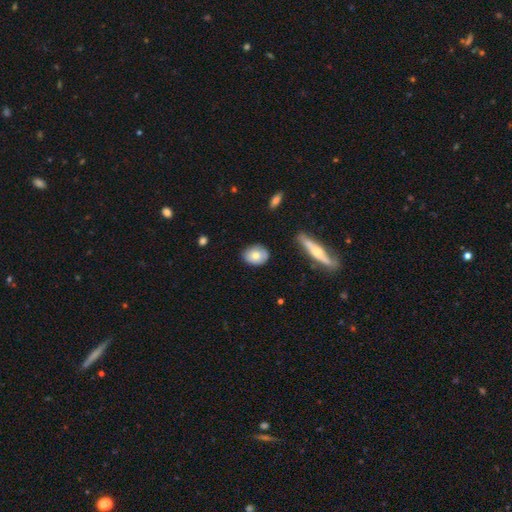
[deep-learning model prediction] Morphology: type=smooth (74%); roundness=in between (58%); merging=none (80%).